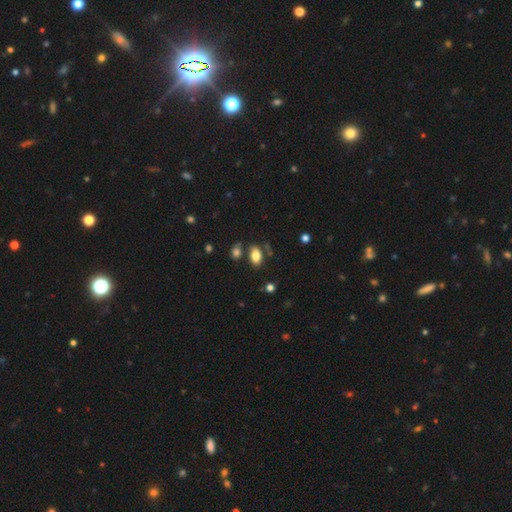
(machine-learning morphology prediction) Smooth or featured: smooth — 82% (star or artifact — 9%)
How rounded: in between — 90% (round — 8%)
Merging: none — 73% (minor disturbance — 13%)